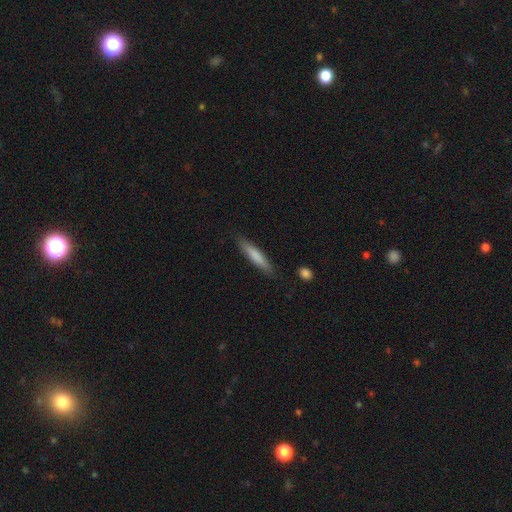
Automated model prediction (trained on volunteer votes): The model was most divided on "smooth or featured": smooth: 77%, featured or disk: 18%, star or artifact: 5%. More confident: how rounded — cigar-shaped (89%); merging — none (86%).